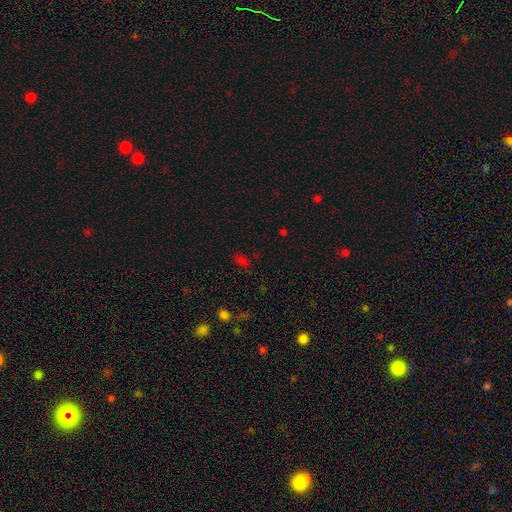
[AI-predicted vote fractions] This appears to be a smooth galaxy with no disk features (50%) that is in between round and cigar-shaped (75%). Merging: none (75%).